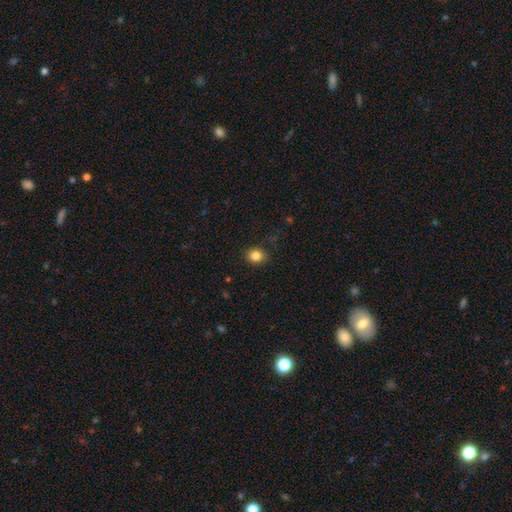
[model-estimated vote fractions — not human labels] Smooth or featured?
  - smooth: 84% *
  - star or artifact: 11%
  - featured or disk: 5%
How rounded?
  - round: 71% *
  - in between: 28%
  - cigar-shaped: 1%
Merging?
  - none: 86% *
  - minor disturbance: 10%
  - major disturbance: 3%
  - merger: 1%